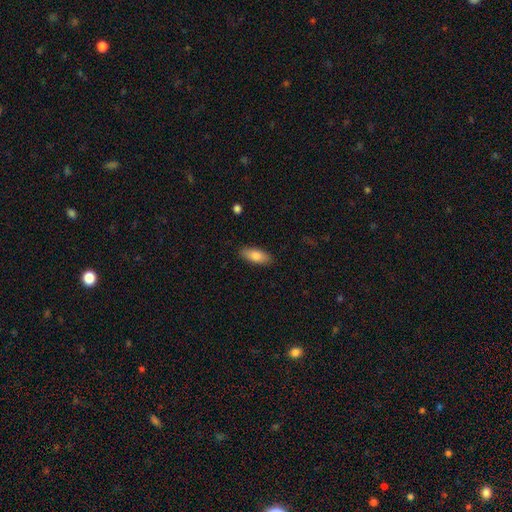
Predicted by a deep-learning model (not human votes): Smooth or featured?
  - smooth: 82% *
  - featured or disk: 12%
  - star or artifact: 6%
How rounded?
  - in between: 79% *
  - cigar-shaped: 19%
  - round: 2%
Merging?
  - none: 88% *
  - minor disturbance: 9%
  - major disturbance: 2%
  - merger: 1%